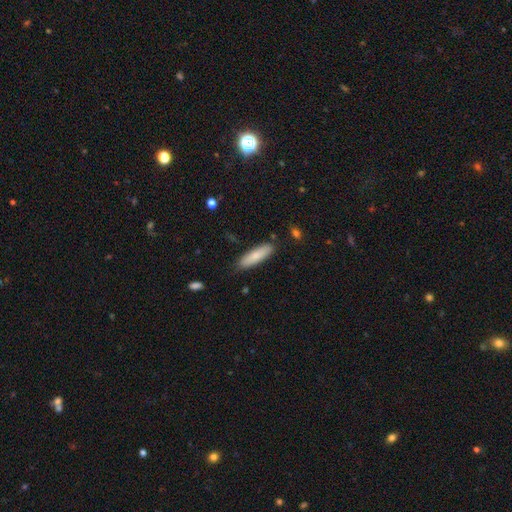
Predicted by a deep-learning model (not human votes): A smooth galaxy with no disk features (79%) that is cigar-shaped (63%). Merging: none (83%).